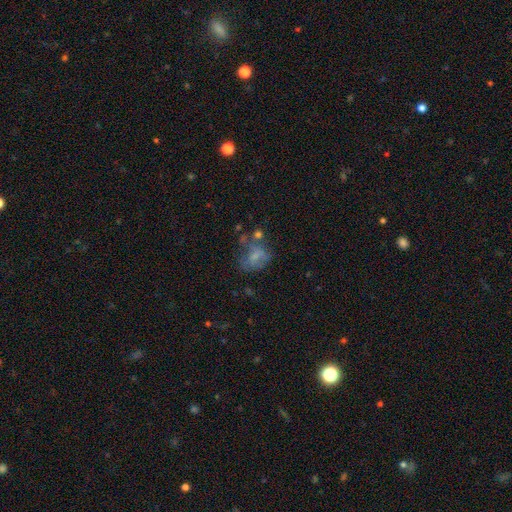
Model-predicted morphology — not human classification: smooth_or_featured: smooth (p=0.50) [alt: featured or disk p=0.36]
how_rounded: in between (p=0.64) [alt: round p=0.34]
merging: none (p=0.33) [alt: major disturbance p=0.30]